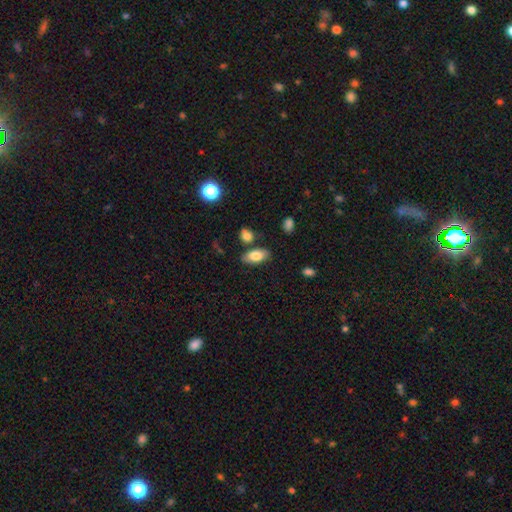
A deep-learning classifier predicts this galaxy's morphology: type=smooth (81%); roundness=in between (91%); merging=none (78%).